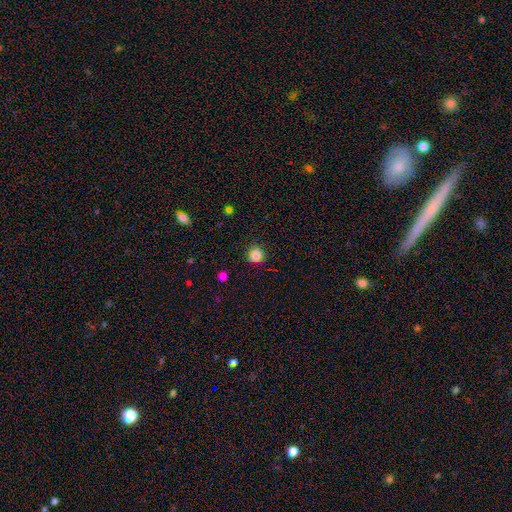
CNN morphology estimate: smooth-or-featured: smooth: 84% | star or artifact: 11% | featured or disk: 4%
  how-rounded: round: 94% | in between: 5% | cigar-shaped: 1%
  merging: none: 91% | minor disturbance: 6% | major disturbance: 2% | merger: 1%